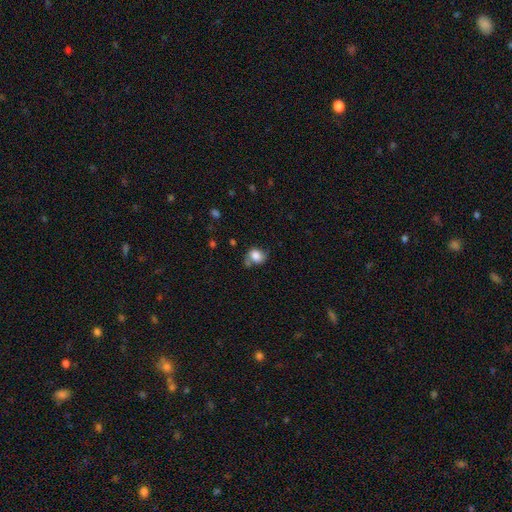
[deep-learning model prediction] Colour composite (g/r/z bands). It shows a smooth galaxy with no disk features (75%) that is round (57%). Merging: none (47%).